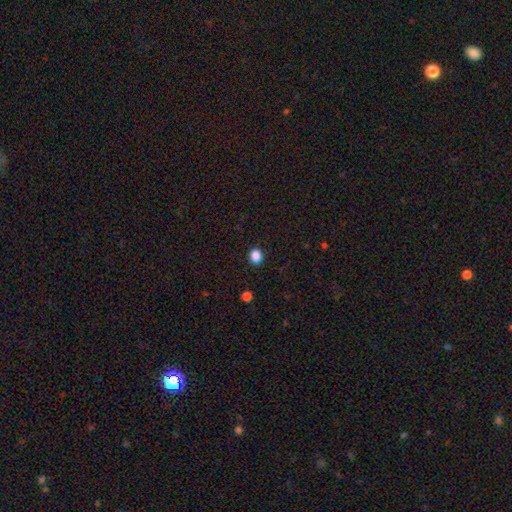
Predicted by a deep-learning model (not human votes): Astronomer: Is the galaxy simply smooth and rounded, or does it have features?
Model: smooth — 87%.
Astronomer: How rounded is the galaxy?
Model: round — 72%.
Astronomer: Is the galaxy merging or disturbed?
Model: none — 91%.